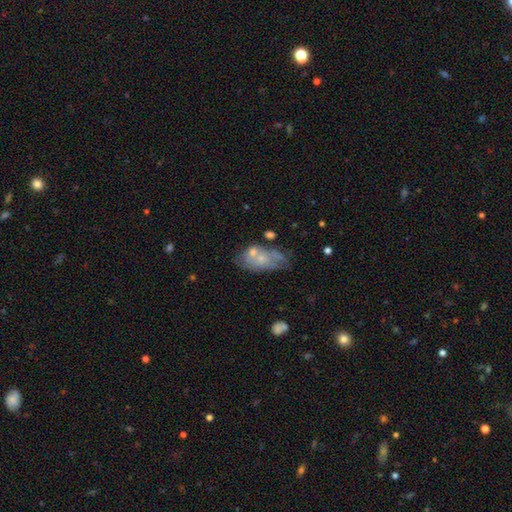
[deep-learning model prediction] Overall: featured or disk (46%; smooth 44%). Merging: none (40%; minor disturbance 25%).